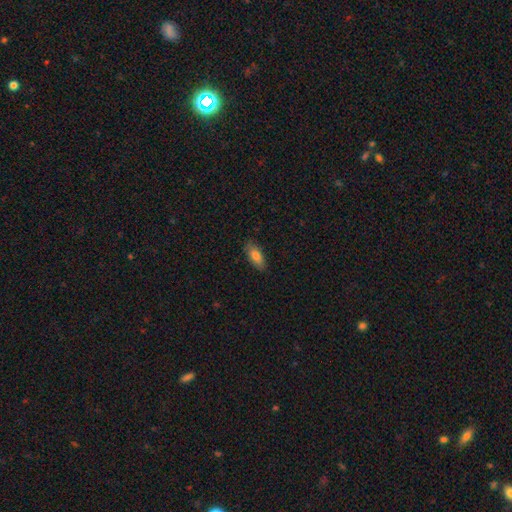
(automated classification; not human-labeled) Q: Smooth or featured?
A: smooth (79%); runner-up: featured or disk (14%)
Q: How rounded?
A: in between (81%); runner-up: cigar-shaped (16%)
Q: Merging?
A: none (84%); runner-up: minor disturbance (12%)